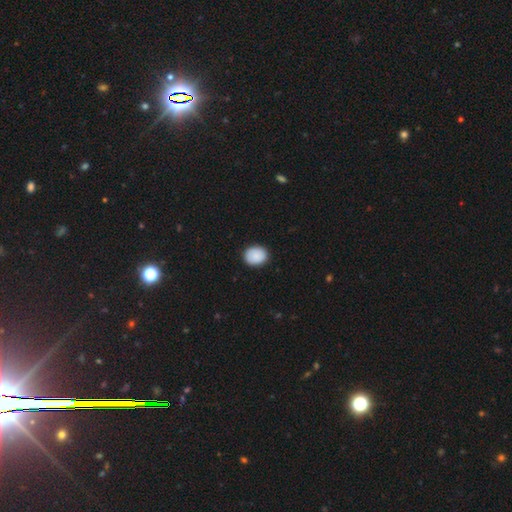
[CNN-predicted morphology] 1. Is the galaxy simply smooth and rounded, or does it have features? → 89% smooth, 7% star or artifact, 4% featured or disk.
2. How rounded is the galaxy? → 53% round, 46% in between, 1% cigar-shaped.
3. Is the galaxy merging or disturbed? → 89% none, 8% minor disturbance, 2% major disturbance, 1% merger.